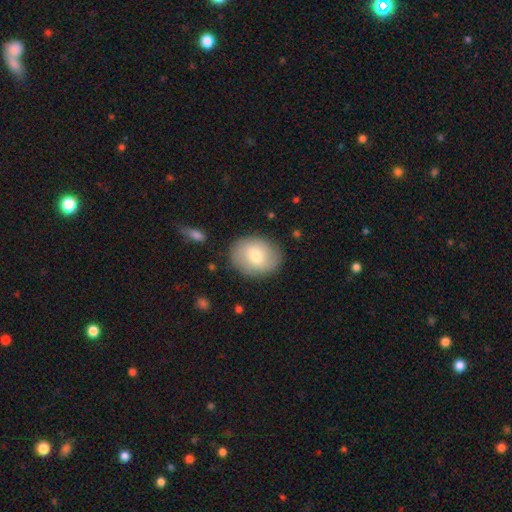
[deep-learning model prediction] A smooth galaxy with no disk features (69%) that is round (54%). Merging: none (84%).